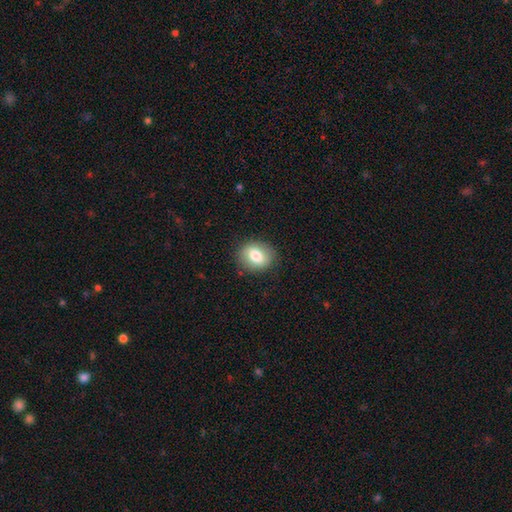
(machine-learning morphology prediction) type=smooth (76%); roundness=round (55%); merging=none (85%).